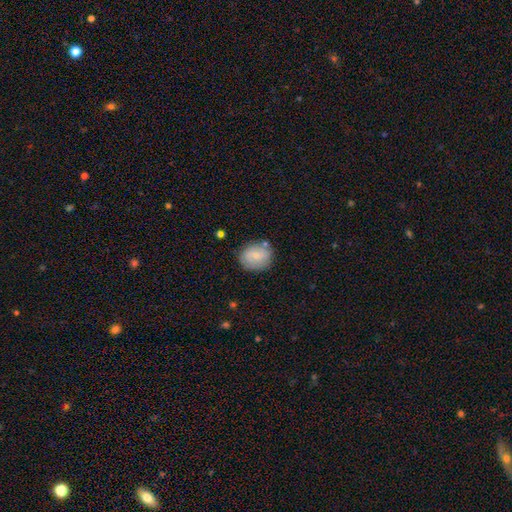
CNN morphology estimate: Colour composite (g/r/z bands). It shows a smooth galaxy with no disk features (69%) that is round (63%). Merging: none (74%).